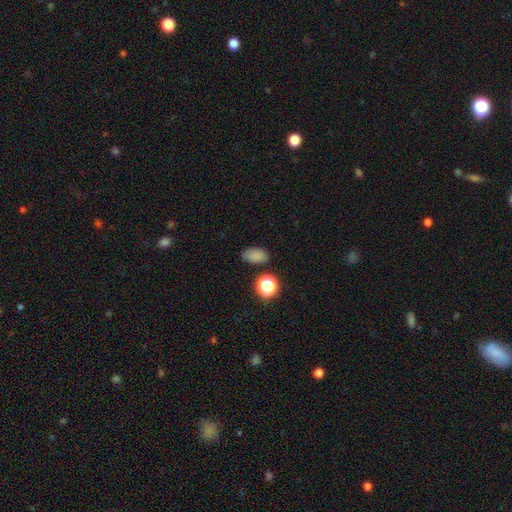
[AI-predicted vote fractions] Smooth or featured: smooth — 80% (star or artifact — 15%)
How rounded: in between — 85% (round — 13%)
Merging: none — 79% (minor disturbance — 13%)